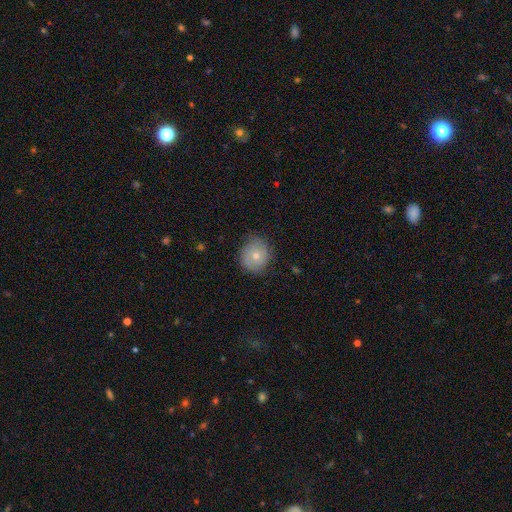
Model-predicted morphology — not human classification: smooth-or-featured: smooth: 66% | featured or disk: 25% | star or artifact: 8%
  how-rounded: round: 83% | in between: 16% | cigar-shaped: 1%
  merging: none: 76% | minor disturbance: 19% | major disturbance: 4% | merger: 1%